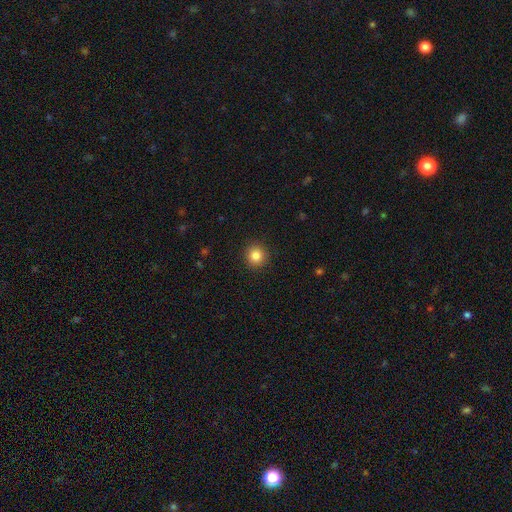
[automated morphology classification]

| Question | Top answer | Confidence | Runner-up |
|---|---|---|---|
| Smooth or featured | smooth | 85% | star or artifact (10%) |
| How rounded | round | 93% | in between (6%) |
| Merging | none | 92% | minor disturbance (5%) |